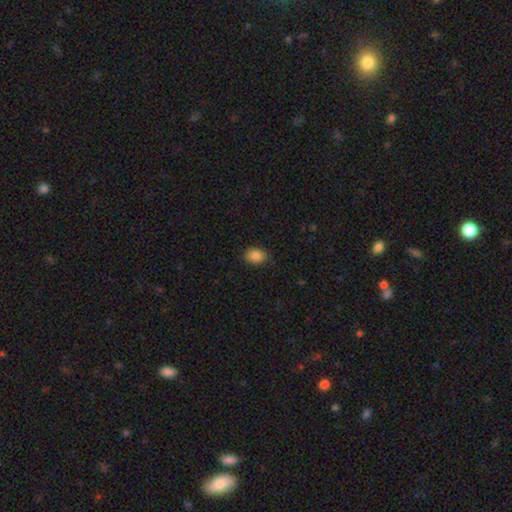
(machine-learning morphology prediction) Overall: smooth (87%). How rounded: in between (69%; round 30%). Merging: none (84%).